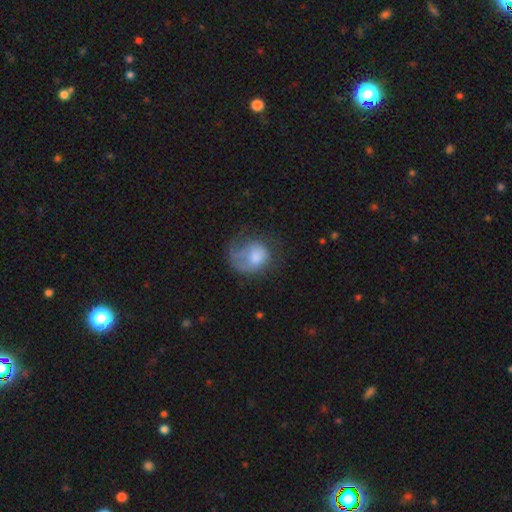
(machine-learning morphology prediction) Q: Smooth or featured?
A: smooth (52%); runner-up: featured or disk (40%)
Q: How rounded?
A: round (61%); runner-up: in between (38%)
Q: Merging?
A: major disturbance (41%); runner-up: none (34%)